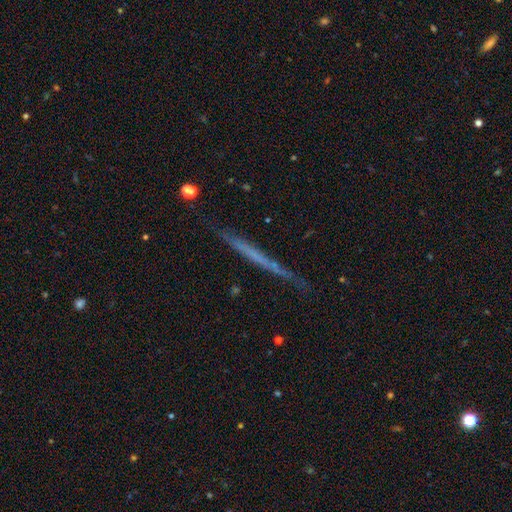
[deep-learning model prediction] Overall: featured or disk (55%; smooth 37%). Edge-on disk: yes (96%). Edge-on bulge: none (92%). Merging: none (83%).